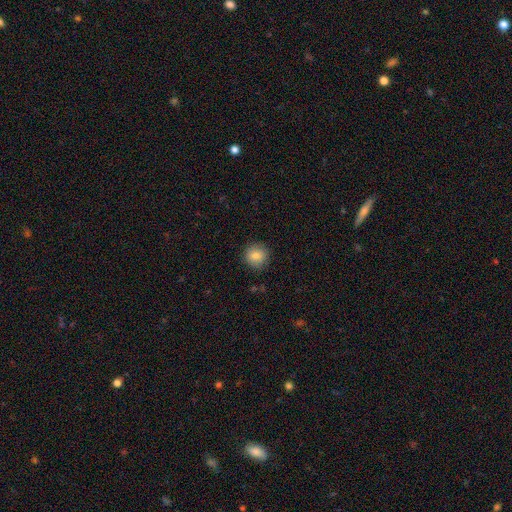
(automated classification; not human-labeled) This appears to be a smooth galaxy with no disk features (83%) that is round (93%). Merging: none (89%).